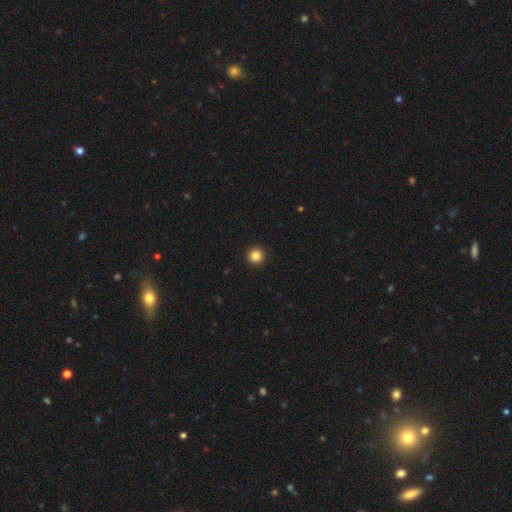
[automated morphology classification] Smooth or featured: smooth — 85% (star or artifact — 11%)
How rounded: round — 96% (in between — 3%)
Merging: none — 94% (minor disturbance — 4%)